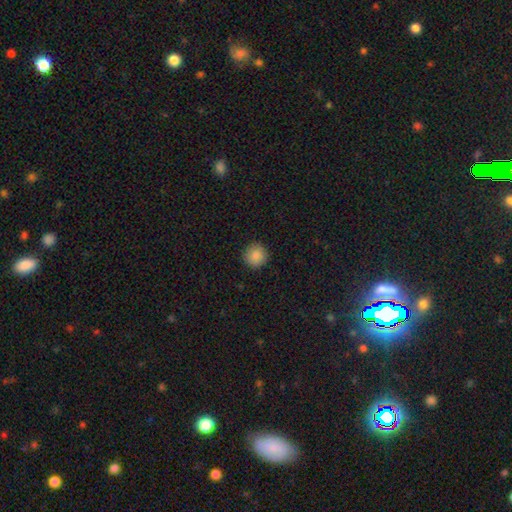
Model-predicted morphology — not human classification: smooth 87%, star or artifact 9%, featured or disk 4%. Down the decision tree: how rounded — round (95%); merging — none (91%).